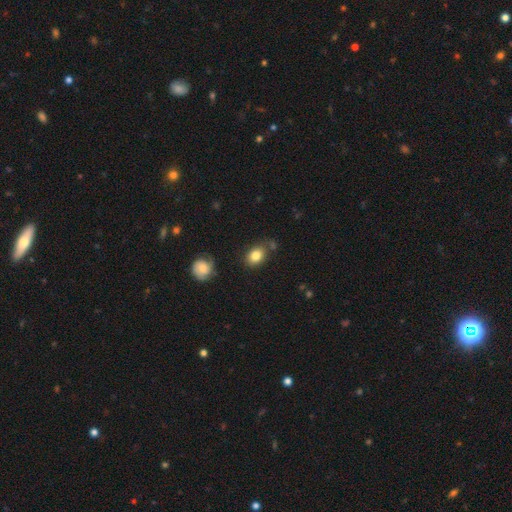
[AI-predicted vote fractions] This appears to be a smooth galaxy with no disk features (83%) that is in between round and cigar-shaped (68%). Merging: none (72%).